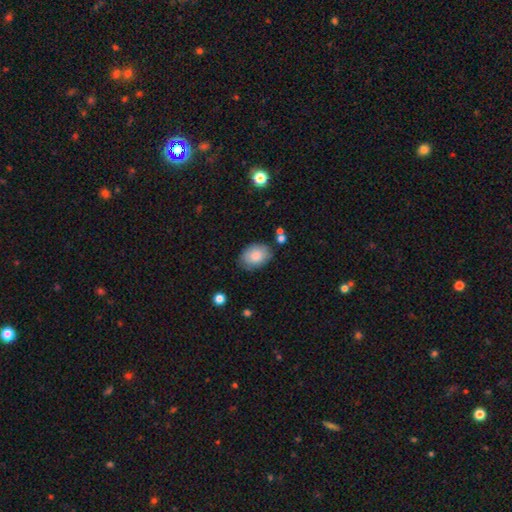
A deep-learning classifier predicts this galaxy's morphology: smooth 85%, featured or disk 8%, star or artifact 7%. Down the decision tree: how rounded — in between (77%); merging — none (76%).